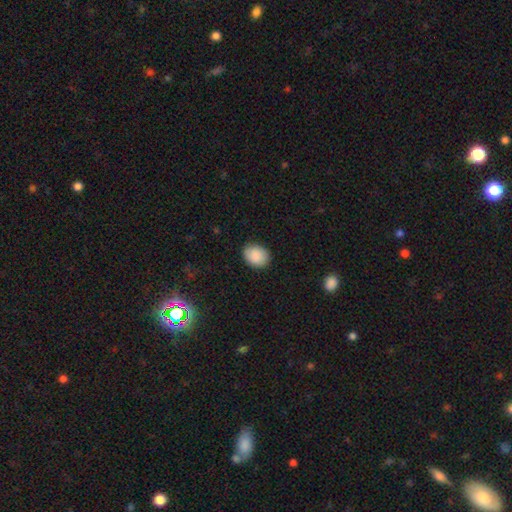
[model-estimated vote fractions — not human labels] Smooth or featured? smooth (89%)
How rounded? in between (56%)
Merging? none (86%)